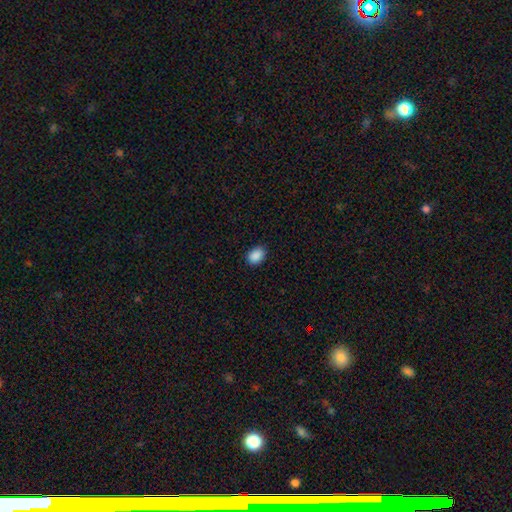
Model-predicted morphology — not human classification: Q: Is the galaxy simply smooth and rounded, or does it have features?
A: smooth — 90%.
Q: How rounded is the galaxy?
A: in between — 69%.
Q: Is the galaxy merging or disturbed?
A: none — 88%.